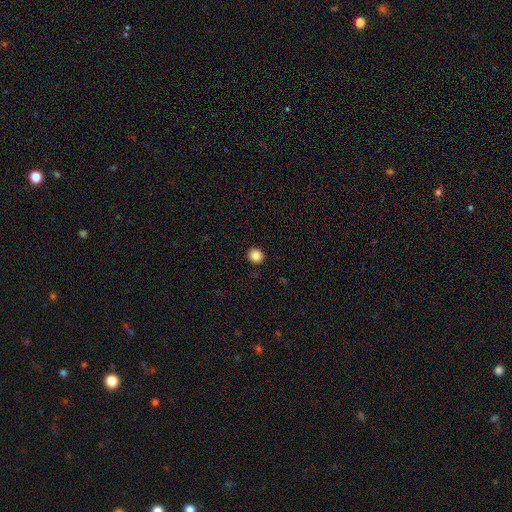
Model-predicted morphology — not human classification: Smooth or featured? Predicted: smooth (p=0.85). How rounded? Predicted: round (p=0.82). Merging? Predicted: none (p=0.92).